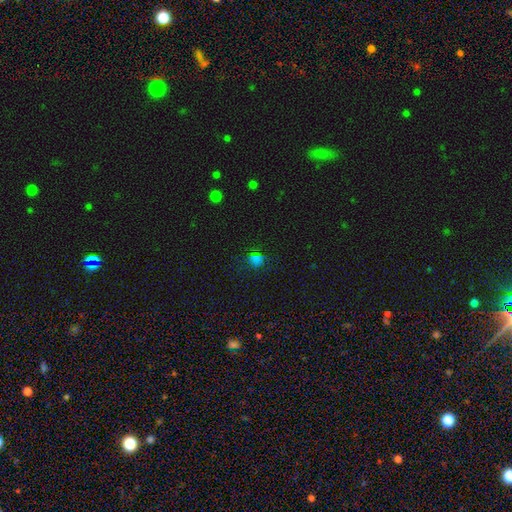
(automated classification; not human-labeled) Overall: smooth (54%; star or artifact 39%). How rounded: round (62%; in between 36%). Merging: none (71%).